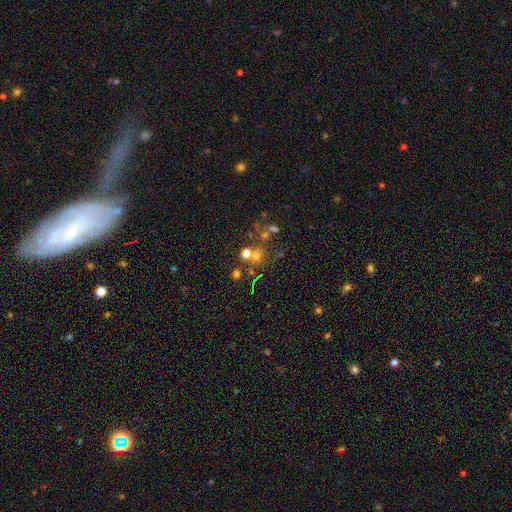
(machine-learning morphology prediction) Smooth or featured? Predicted: smooth (p=0.53). How rounded? Predicted: round (p=0.85). Merging? Predicted: none (p=0.58).